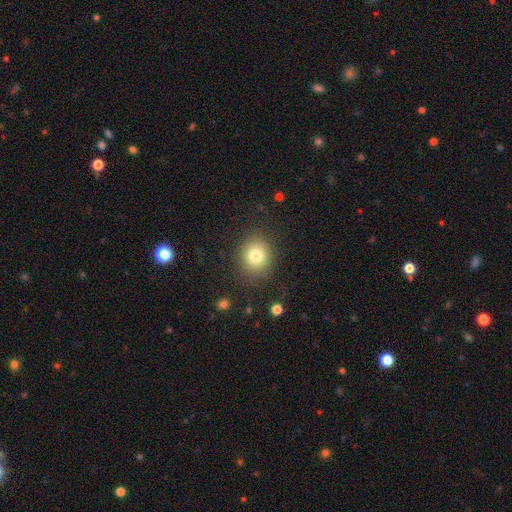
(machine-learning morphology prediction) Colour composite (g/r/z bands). It shows a smooth galaxy with no disk features (80%) that is round (77%). Merging: none (85%).